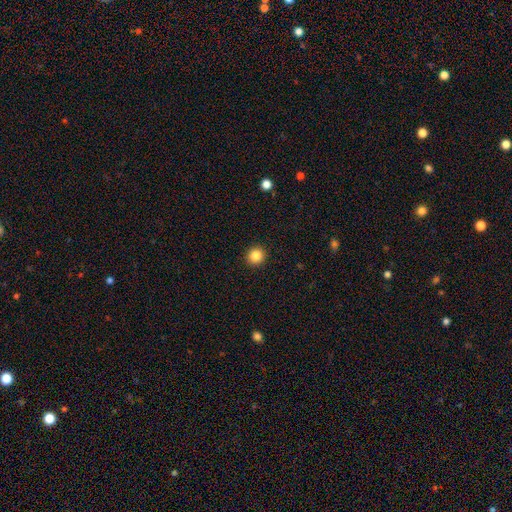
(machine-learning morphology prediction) type=smooth (85%); roundness=round (93%); merging=none (93%).